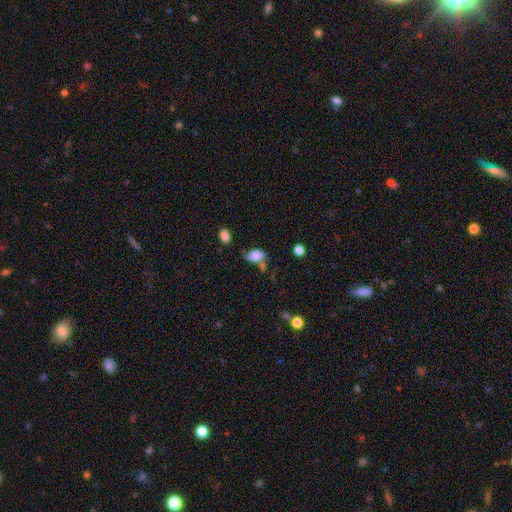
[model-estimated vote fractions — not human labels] Smooth or featured? Predicted: smooth (p=0.76). How rounded? Predicted: in between (p=0.83). Merging? Predicted: none (p=0.38).